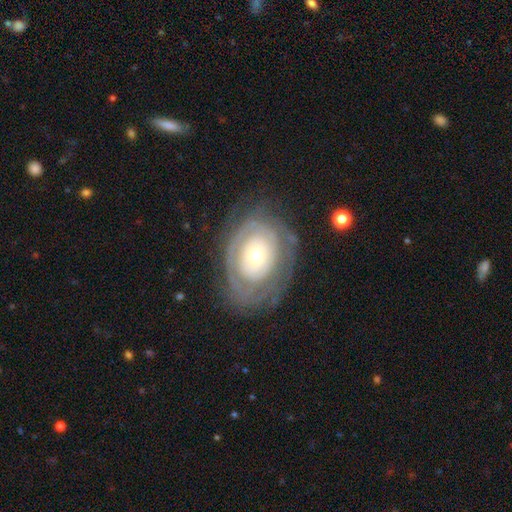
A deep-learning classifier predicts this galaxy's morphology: Smooth or featured? Predicted: featured or disk (p=0.66). Edge-on disk? Predicted: no (p=0.95). Bar? Predicted: no (p=0.86). Spiral arms? Predicted: yes (p=0.53). Bulge size? Predicted: moderate (p=0.46). Merging? Predicted: none (p=0.68).